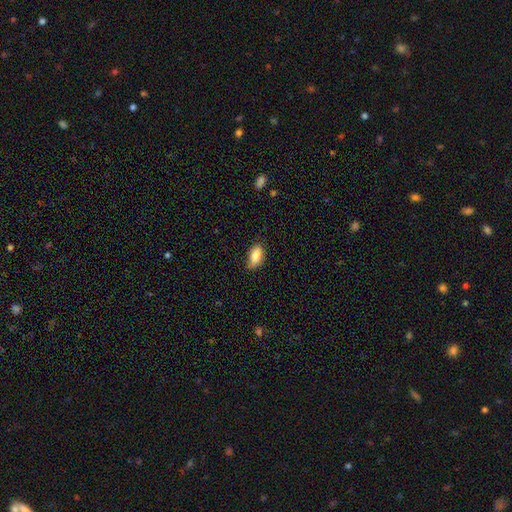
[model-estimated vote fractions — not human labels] smooth-or-featured: smooth: 84% | featured or disk: 9% | star or artifact: 7%
  how-rounded: in between: 89% | cigar-shaped: 7% | round: 3%
  merging: none: 76% | minor disturbance: 20% | major disturbance: 3% | merger: 1%